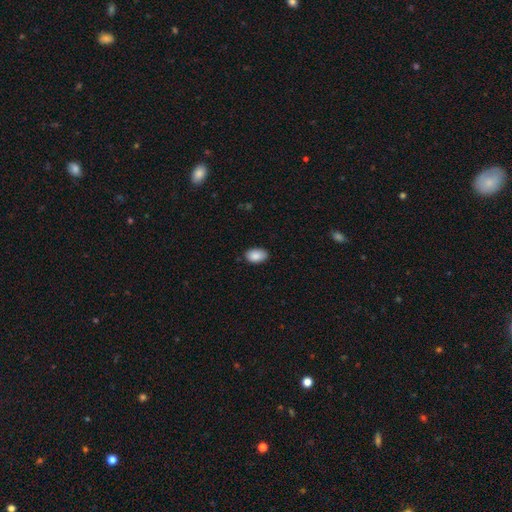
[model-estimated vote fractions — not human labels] Smooth or featured? smooth (89%)
How rounded? in between (90%)
Merging? none (85%)